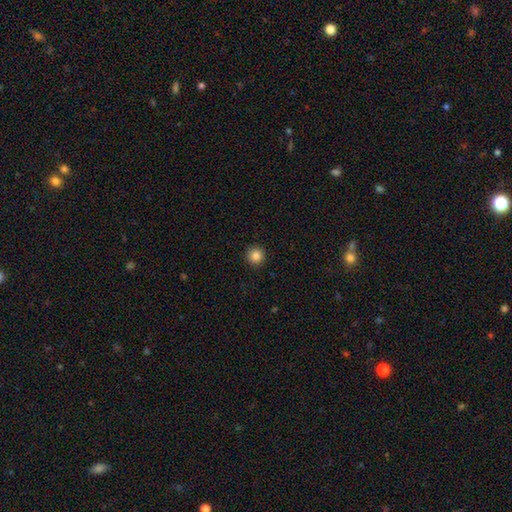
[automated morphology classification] smooth_or_featured: smooth (p=0.85) [alt: star or artifact p=0.11]
how_rounded: round (p=0.96) [alt: in between p=0.03]
merging: none (p=0.93) [alt: minor disturbance p=0.04]